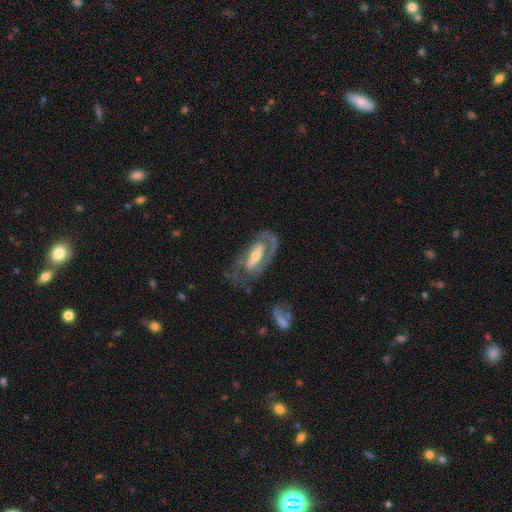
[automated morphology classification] Smooth or featured? Predicted: featured or disk (p=0.78). Edge-on disk? Predicted: no (p=0.89). Bar? Predicted: strong (p=0.39). Spiral arms? Predicted: yes (p=0.79). Spiral winding? Predicted: tight (p=0.42). Spiral arm count? Predicted: 2 (p=0.53). Bulge size? Predicted: moderate (p=0.52). Merging? Predicted: none (p=0.54).